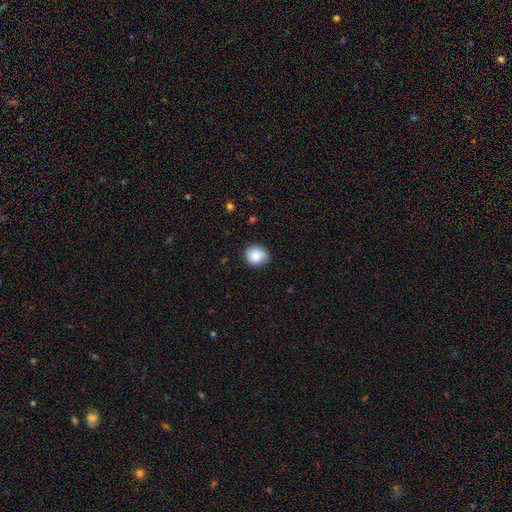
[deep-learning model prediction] This is likely a smooth galaxy (79%). How rounded: likely round (76%). Merging: likely none (72%).